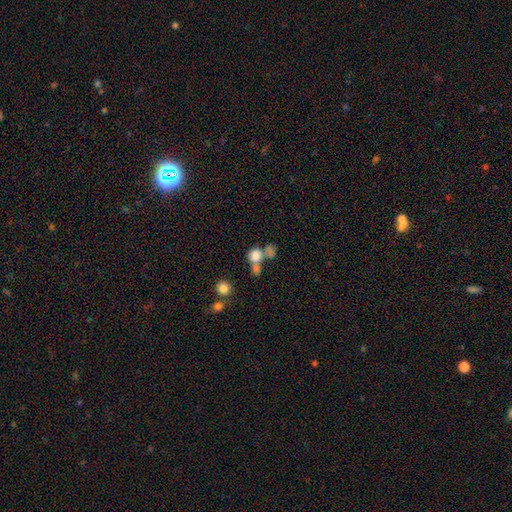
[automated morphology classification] smooth_or_featured: smooth (p=0.72) [alt: featured or disk p=0.15]
how_rounded: round (p=0.68) [alt: in between p=0.30]
merging: merger (p=0.55) [alt: none p=0.26]